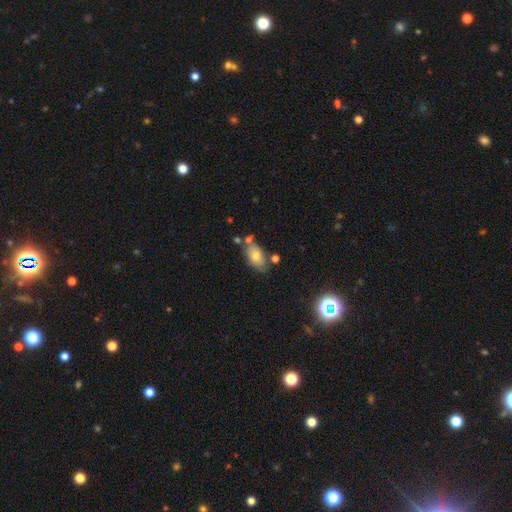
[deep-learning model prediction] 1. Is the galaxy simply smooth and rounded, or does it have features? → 71% smooth, 20% featured or disk, 9% star or artifact.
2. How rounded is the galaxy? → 91% in between, 6% round, 4% cigar-shaped.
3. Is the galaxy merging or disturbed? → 61% none, 20% minor disturbance, 14% merger, 5% major disturbance.